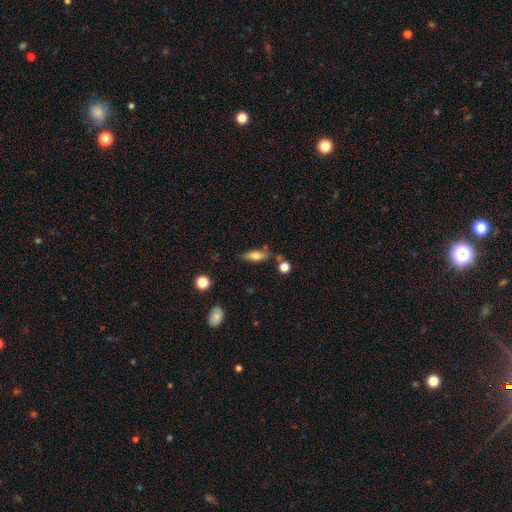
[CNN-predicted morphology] type=smooth (65%); roundness=in between (61%); merging=none (69%).